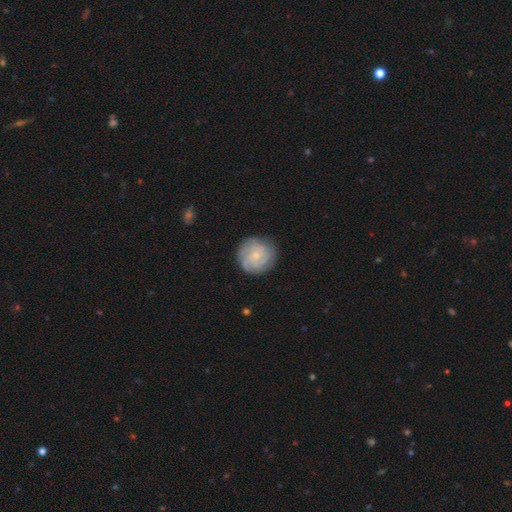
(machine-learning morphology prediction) This is likely a featured or disk galaxy (67%). It is clearly not viewed edge-on (98%). Bar: likely no (78%). Spiral arm pattern: clearly yes (91%). Spiral arm count: marginally can't tell (36%). Spiral winding: likely tight (70%). Central bulge: likely small (74%). Merging: clearly none (82%).